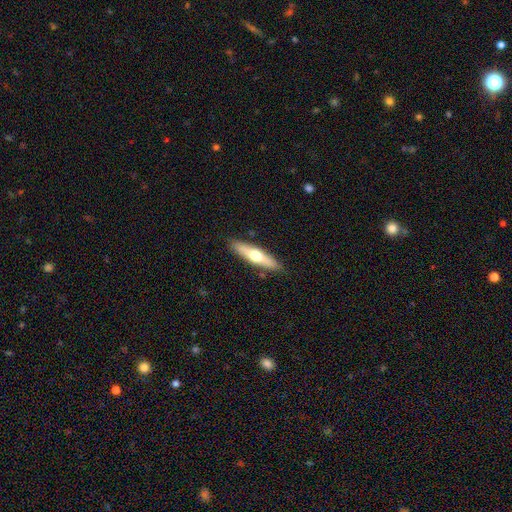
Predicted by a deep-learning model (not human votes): A smooth galaxy with no disk features (51%) that is cigar-shaped (72%).

Vote fractions:
- Smooth or featured? smooth: 51% / featured or disk: 43% / star or artifact: 5%
- How rounded? cigar-shaped: 72% / in between: 26% / round: 2%
- Merging? none: 87% / minor disturbance: 9% / major disturbance: 2% / merger: 1%